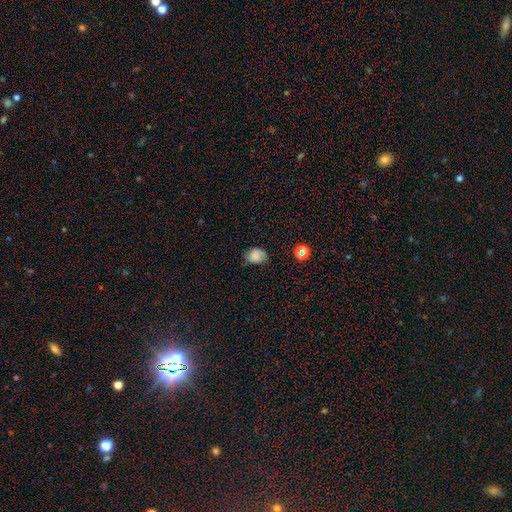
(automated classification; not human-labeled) smooth_or_featured: smooth (p=0.73) [alt: featured or disk p=0.14]
how_rounded: round (p=0.50) [alt: in between p=0.49]
merging: none (p=0.59) [alt: minor disturbance p=0.31]